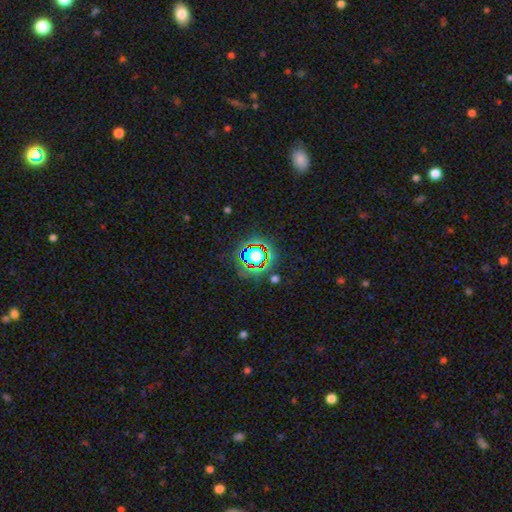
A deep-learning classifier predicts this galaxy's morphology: This is likely a star or artifact rather than a galaxy (67%).